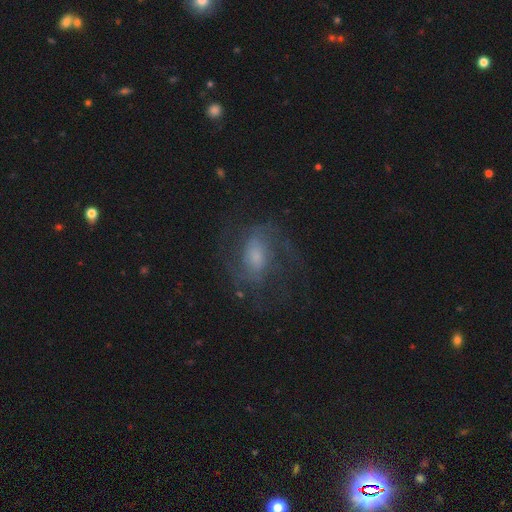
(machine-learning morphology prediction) Smooth or featured: featured or disk — 71% (smooth — 19%)
Edge-on disk: no — 96% (yes — 4%)
Bar: weak — 45% (no — 40%)
Spiral arms: yes — 88% (no — 12%)
Spiral winding: medium — 50% (loose — 26%)
Spiral arm count: 2 — 67% (can't tell — 18%)
Bulge size: moderate — 38% (small — 33%)
Merging: none — 63% (major disturbance — 19%)